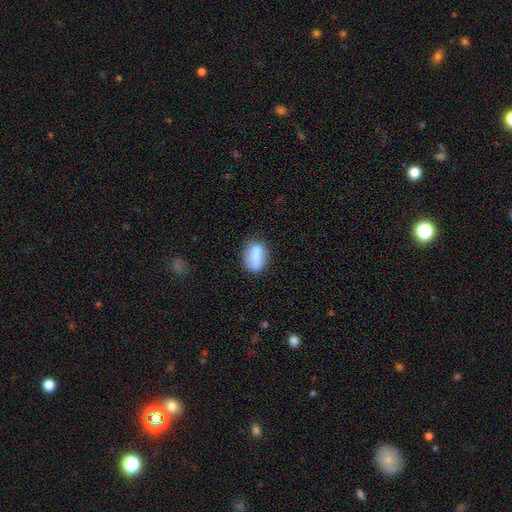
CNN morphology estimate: A smooth galaxy with no disk features (81%) that is in between round and cigar-shaped (82%). Merging: none (67%).